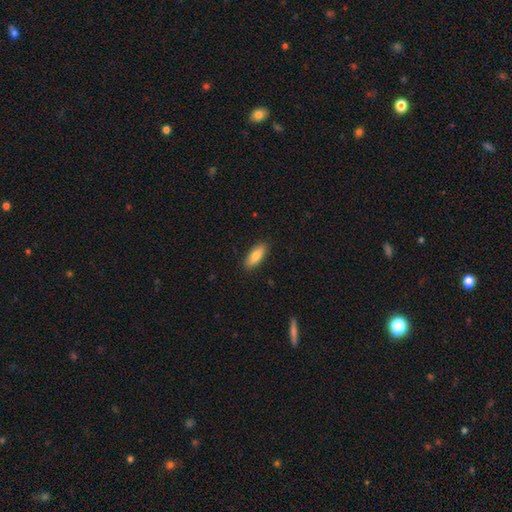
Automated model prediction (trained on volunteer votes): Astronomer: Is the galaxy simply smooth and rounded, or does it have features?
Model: smooth — 79%.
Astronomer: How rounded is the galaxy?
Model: in between — 74%.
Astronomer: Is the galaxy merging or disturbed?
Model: none — 89%.